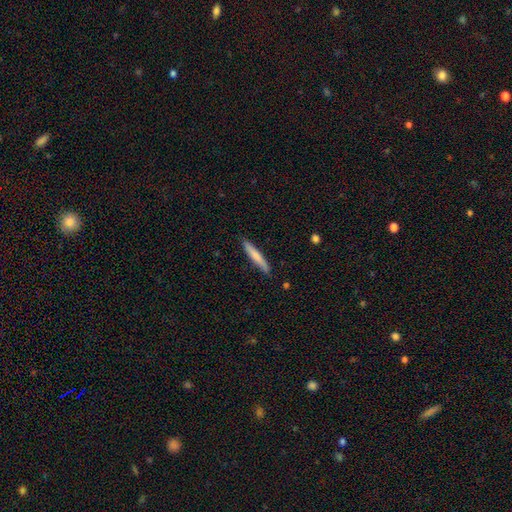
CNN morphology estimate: This is likely a smooth galaxy (70%). How rounded: clearly cigar-shaped (94%). Merging: clearly none (87%).